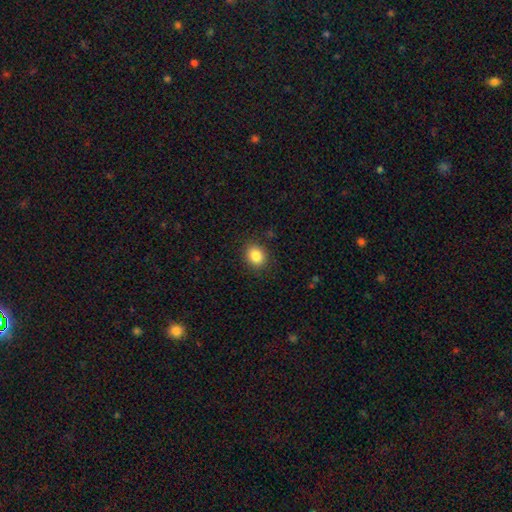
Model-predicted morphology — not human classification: smooth_or_featured: smooth (p=0.85) [alt: star or artifact p=0.10]
how_rounded: round (p=0.57) [alt: in between p=0.42]
merging: none (p=0.88) [alt: minor disturbance p=0.08]